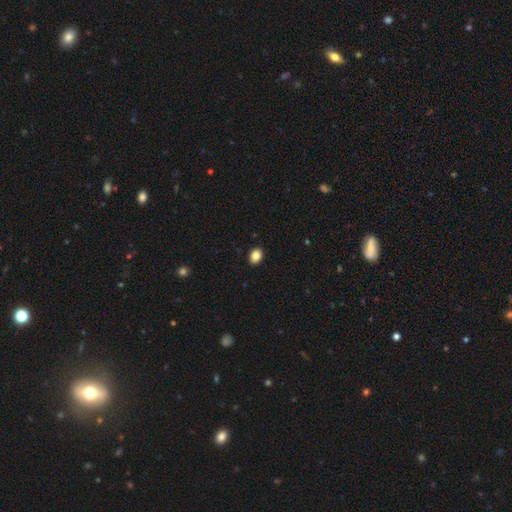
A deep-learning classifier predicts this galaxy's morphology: Smooth or featured? smooth (86%)
How rounded? in between (72%)
Merging? none (91%)